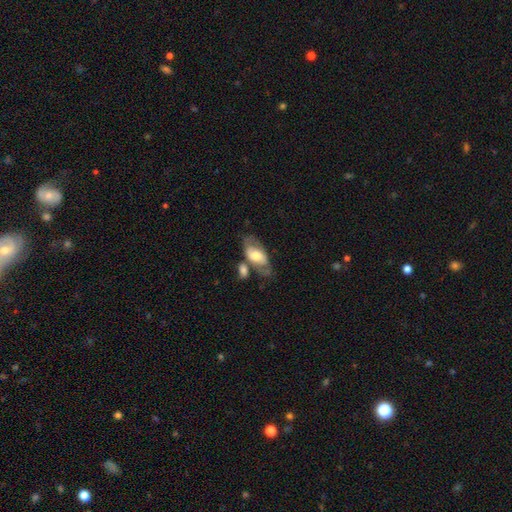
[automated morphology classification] A smooth galaxy with no disk features (49%). Merging: none (46%).